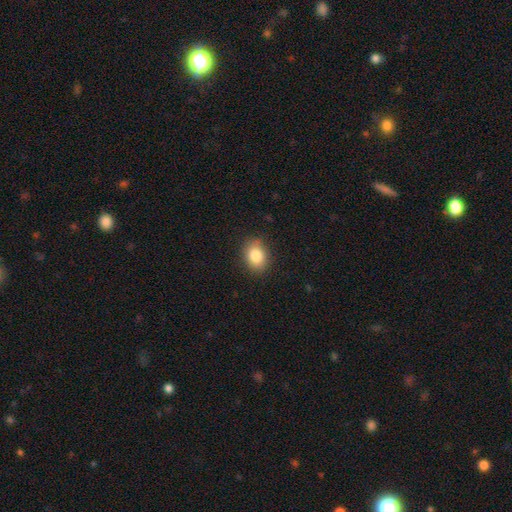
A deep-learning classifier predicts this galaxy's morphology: smooth_or_featured: smooth (p=0.84) [alt: star or artifact p=0.09]
how_rounded: in between (p=0.62) [alt: round p=0.37]
merging: none (p=0.86) [alt: minor disturbance p=0.10]